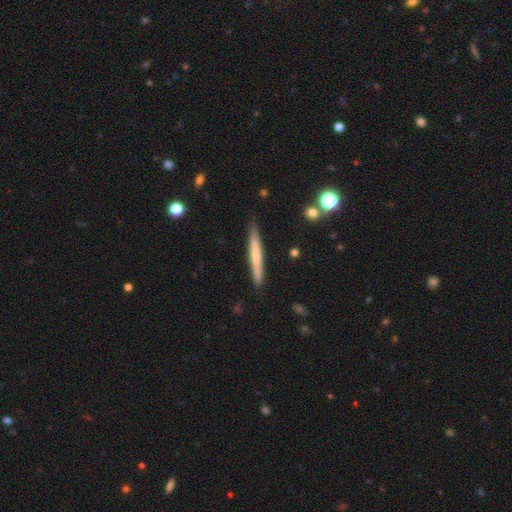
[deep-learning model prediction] smooth_or_featured: smooth (p=0.54) [alt: featured or disk p=0.40]
how_rounded: cigar-shaped (p=0.96) [alt: in between p=0.03]
merging: none (p=0.87) [alt: minor disturbance p=0.10]